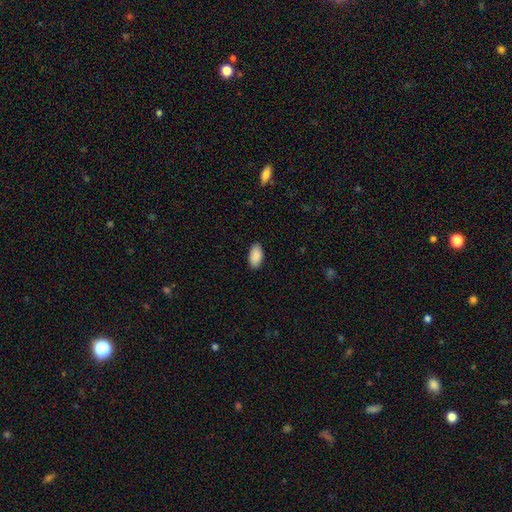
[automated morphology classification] smooth_or_featured: smooth (p=0.91) [alt: star or artifact p=0.07]
how_rounded: in between (p=0.95) [alt: round p=0.03]
merging: none (p=0.88) [alt: minor disturbance p=0.09]